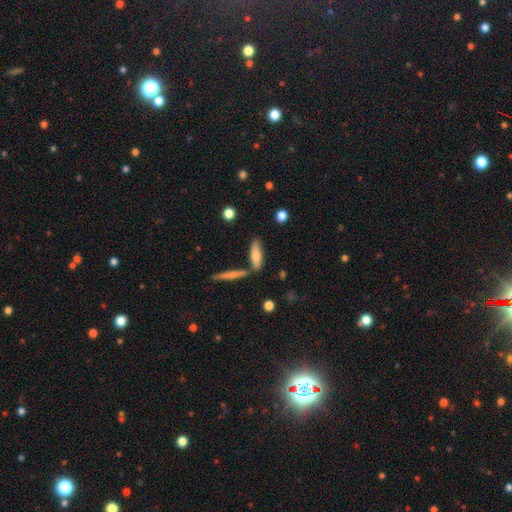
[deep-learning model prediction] Smooth or featured: smooth — 68% (featured or disk — 25%)
How rounded: cigar-shaped — 55% (in between — 42%)
Merging: none — 67% (merger — 16%)